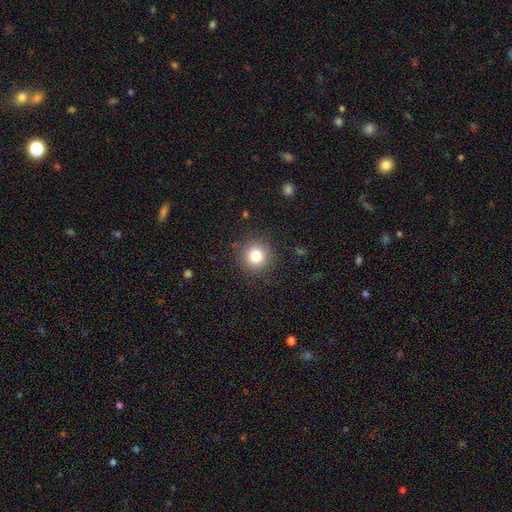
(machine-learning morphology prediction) type=smooth (80%); roundness=round (93%); merging=none (88%).